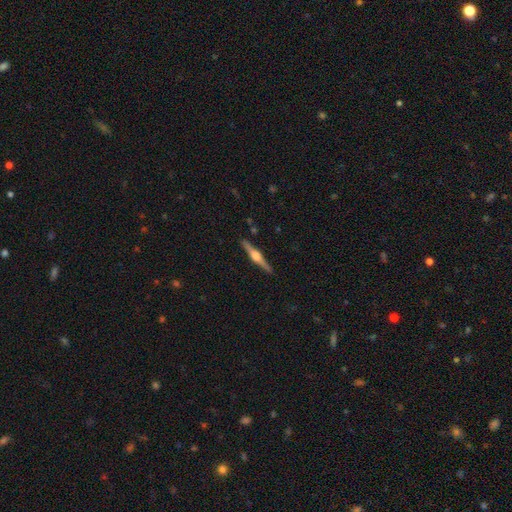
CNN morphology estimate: Smooth or featured: featured or disk — 79% (smooth — 16%)
Edge-on disk: yes — 98% (no — 2%)
Edge-on bulge: rounded — 92% (boxy — 6%)
Merging: none — 91% (minor disturbance — 6%)